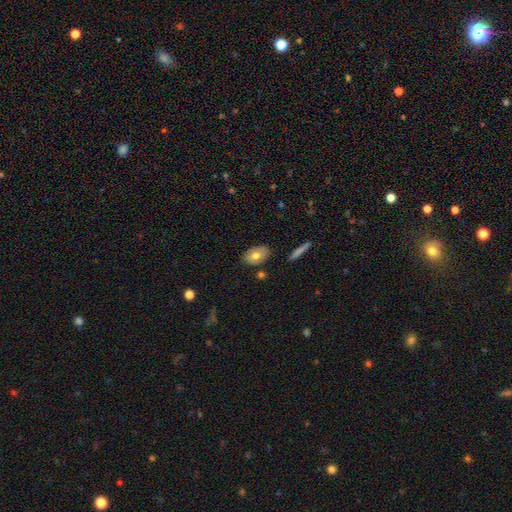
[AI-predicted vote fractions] This appears to be a smooth galaxy with no disk features (68%) that is in between round and cigar-shaped (89%). Merging: none (80%).